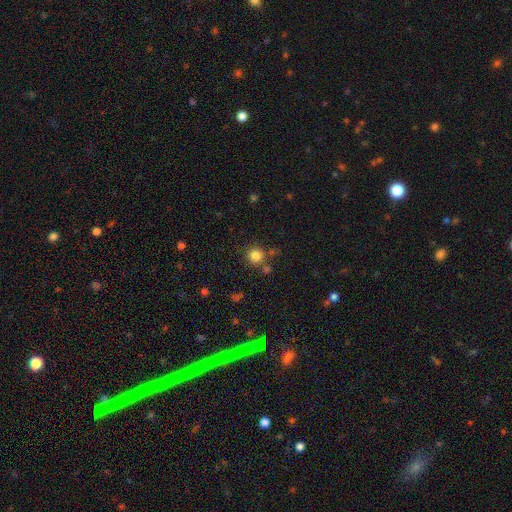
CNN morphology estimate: Q: Smooth or featured?
A: smooth (82%); runner-up: star or artifact (13%)
Q: How rounded?
A: round (92%); runner-up: in between (7%)
Q: Merging?
A: none (78%); runner-up: minor disturbance (10%)